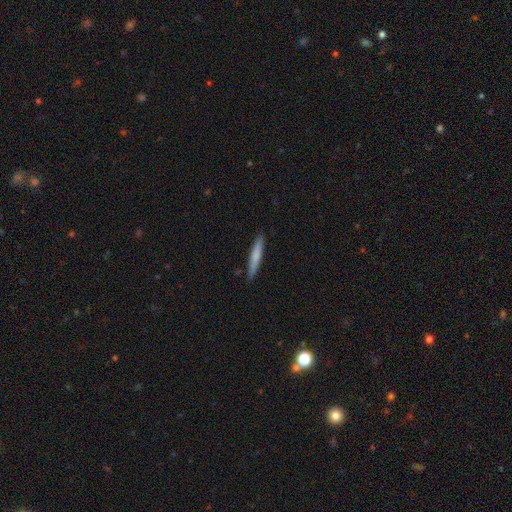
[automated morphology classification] Smooth or featured? smooth (69%)
How rounded? cigar-shaped (95%)
Merging? none (89%)